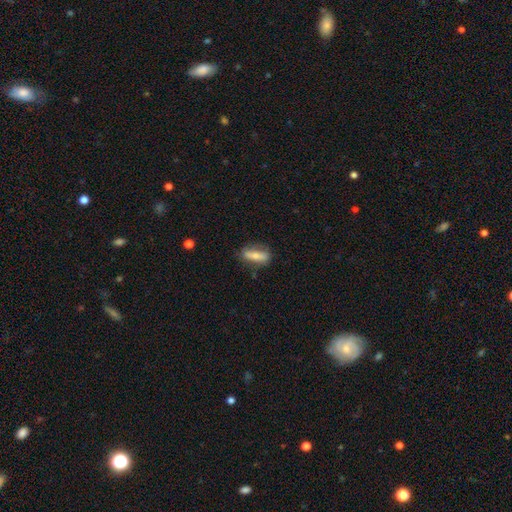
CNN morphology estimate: A smooth galaxy with no disk features (63%) that is in between round and cigar-shaped (55%). Merging: none (74%).